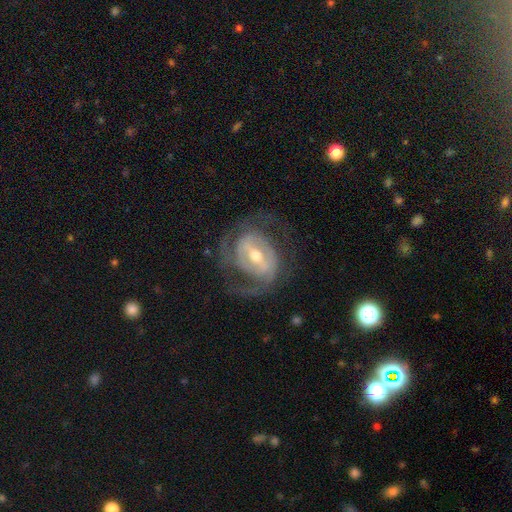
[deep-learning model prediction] Overall: featured or disk (86%). Edge-on disk: no (96%). Bar: strong (47%; weak 39%). Spiral arms: yes (88%). Spiral arm count: 2 (64%). Spiral winding: medium (43%; tight 40%). Bulge size: moderate (62%; small 31%). Merging: none (66%).